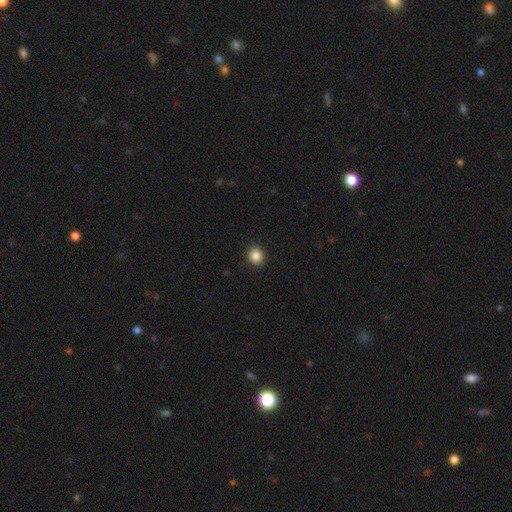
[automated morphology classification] Q: Smooth or featured?
A: smooth (86%); runner-up: star or artifact (10%)
Q: How rounded?
A: round (84%); runner-up: in between (15%)
Q: Merging?
A: none (91%); runner-up: minor disturbance (6%)